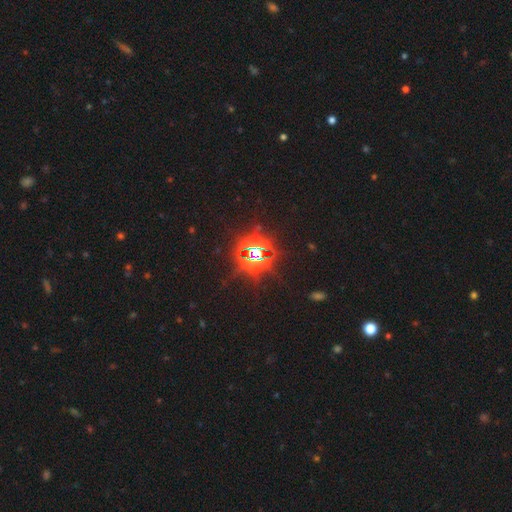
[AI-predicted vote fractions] This appears to be a star or artifact, not a galaxy (82%).